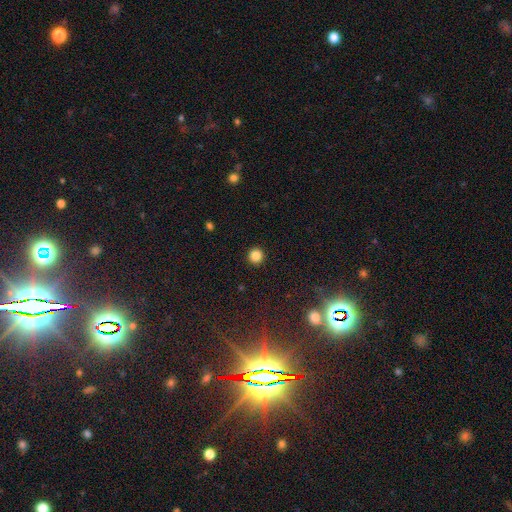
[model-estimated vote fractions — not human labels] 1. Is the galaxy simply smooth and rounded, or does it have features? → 85% smooth, 11% star or artifact, 3% featured or disk.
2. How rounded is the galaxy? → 96% round, 3% in between, 1% cigar-shaped.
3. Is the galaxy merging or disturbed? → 93% none, 4% minor disturbance, 2% major disturbance, 1% merger.